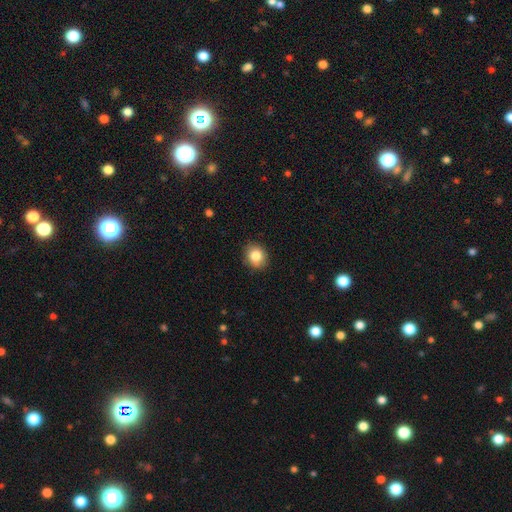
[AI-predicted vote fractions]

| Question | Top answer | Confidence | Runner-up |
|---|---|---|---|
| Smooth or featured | smooth | 83% | star or artifact (9%) |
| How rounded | round | 68% | in between (31%) |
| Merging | none | 88% | minor disturbance (9%) |